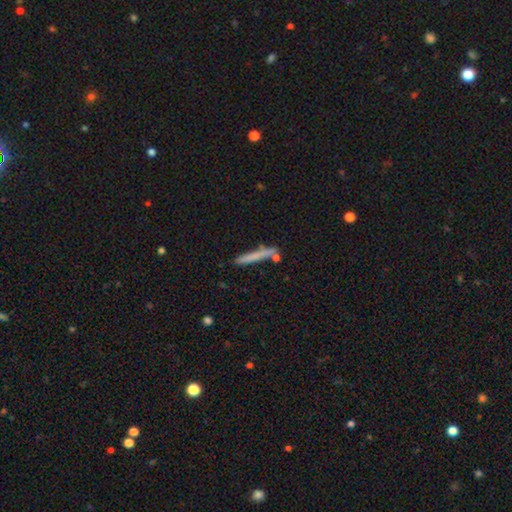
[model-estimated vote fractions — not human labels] A smooth galaxy with no disk features (67%) that is cigar-shaped (96%). Merging: none (77%).